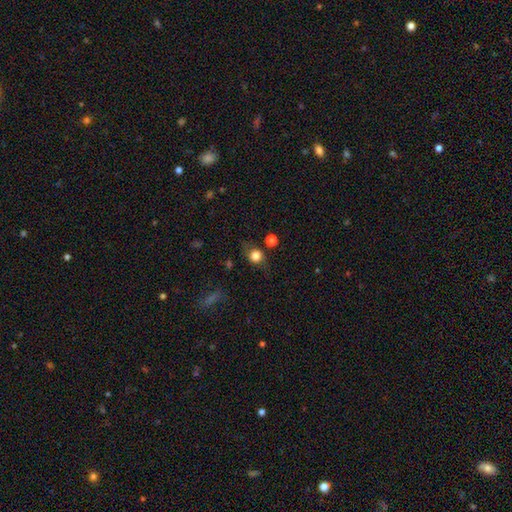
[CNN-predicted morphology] The model was most divided on "how rounded": round: 74%, in between: 25%, cigar-shaped: 2%. More confident: smooth or featured — smooth (77%); merging — none (71%).